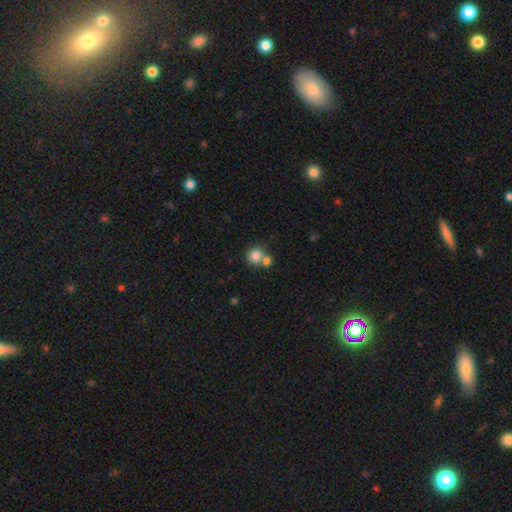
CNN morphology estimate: The model was most divided on "merging": none: 49%, merger: 41%, minor disturbance: 7%, major disturbance: 3%. More confident: how rounded — round (88%); smooth or featured — smooth (81%).